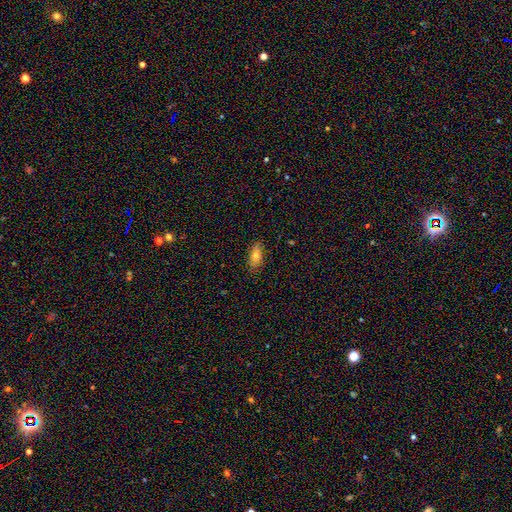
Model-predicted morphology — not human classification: smooth-or-featured: smooth: 71% | featured or disk: 19% | star or artifact: 10%
  how-rounded: in between: 85% | cigar-shaped: 10% | round: 5%
  merging: none: 82% | minor disturbance: 14% | major disturbance: 3% | merger: 1%